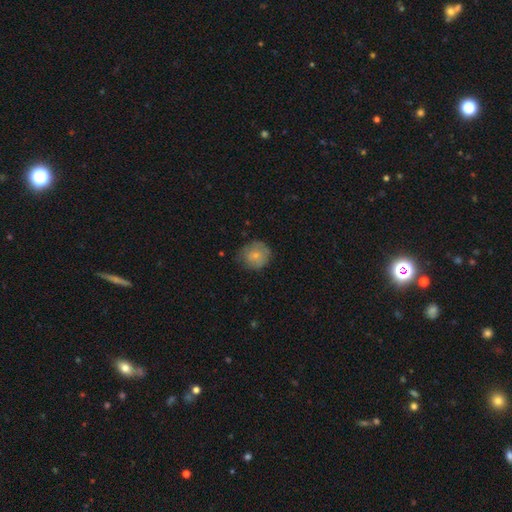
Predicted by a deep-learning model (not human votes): Smooth or featured? smooth (73%)
How rounded? round (85%)
Merging? none (70%)